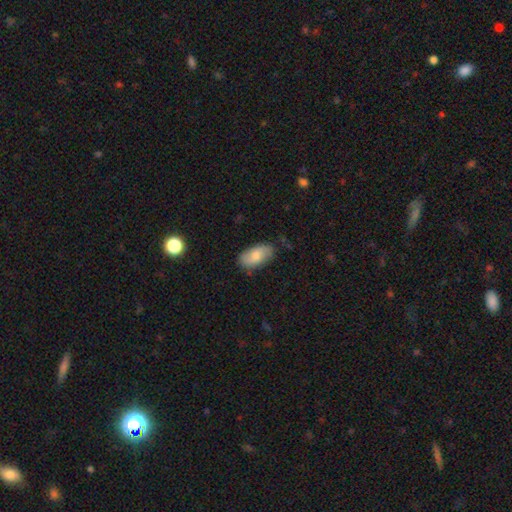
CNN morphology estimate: Smooth or featured: smooth — 71% (featured or disk — 22%)
How rounded: in between — 93% (cigar-shaped — 4%)
Merging: none — 79% (minor disturbance — 16%)